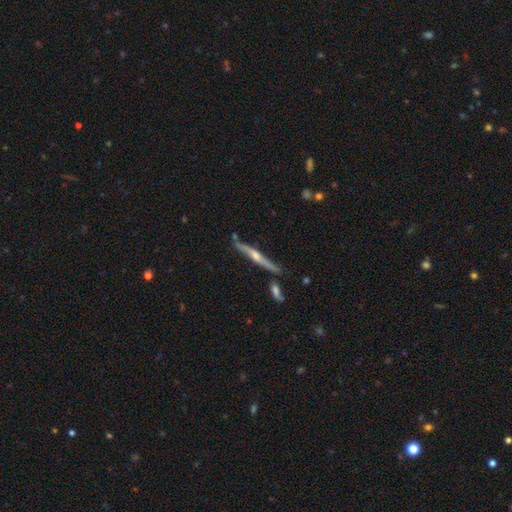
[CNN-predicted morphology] featured or disk 80%, smooth 14%, star or artifact 6%. Down the decision tree: edge-on disk — yes (97%); edge-on bulge — rounded (88%); merging — none (82%).